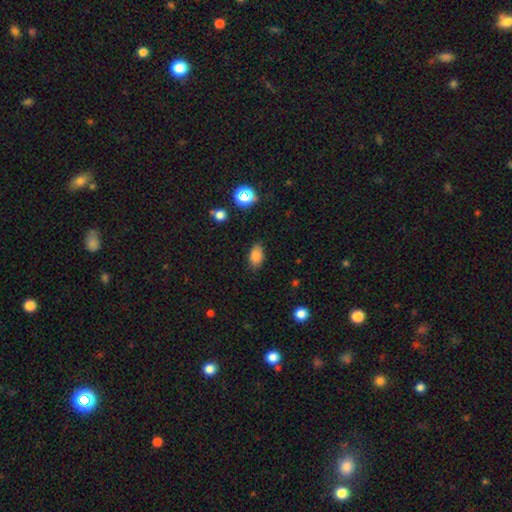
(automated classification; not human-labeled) smooth 83%, star or artifact 11%, featured or disk 6%. Down the decision tree: how rounded — in between (89%); merging — none (84%).